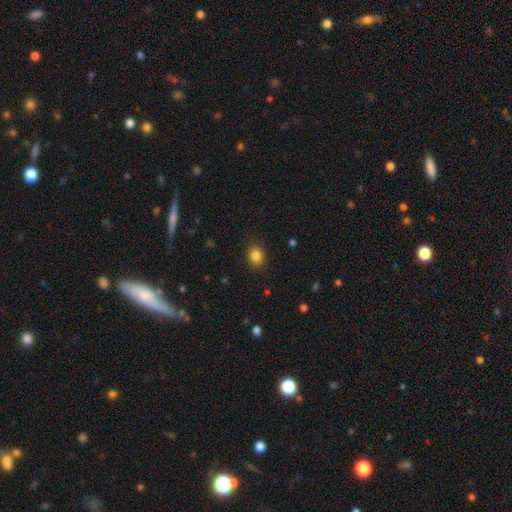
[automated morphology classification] Q: Smooth or featured?
A: smooth (85%); runner-up: star or artifact (11%)
Q: How rounded?
A: round (56%); runner-up: in between (43%)
Q: Merging?
A: none (88%); runner-up: minor disturbance (8%)